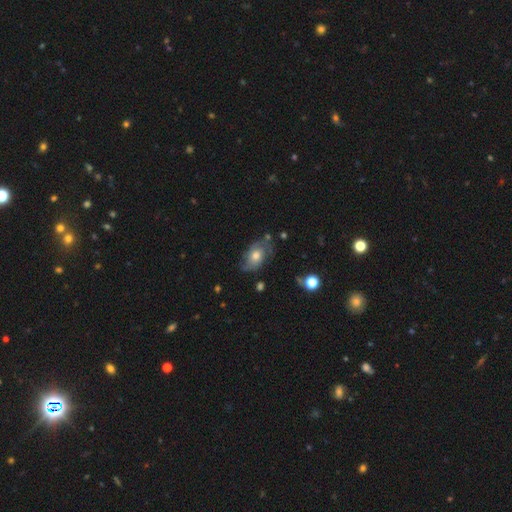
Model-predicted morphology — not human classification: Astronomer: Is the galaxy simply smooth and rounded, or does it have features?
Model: featured or disk — 57% (runner-up: smooth, 35%).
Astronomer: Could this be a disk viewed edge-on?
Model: no — 93%.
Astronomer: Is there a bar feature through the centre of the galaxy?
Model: no — 78%.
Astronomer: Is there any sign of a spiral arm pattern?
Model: yes — 79%.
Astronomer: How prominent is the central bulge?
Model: moderate — 63%.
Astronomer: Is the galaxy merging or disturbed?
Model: none — 60%.